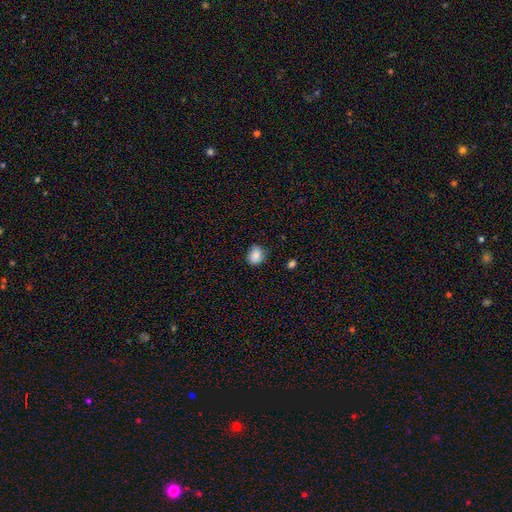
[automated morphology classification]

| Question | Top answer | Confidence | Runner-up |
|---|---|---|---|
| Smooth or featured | smooth | 86% | star or artifact (9%) |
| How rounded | round | 63% | in between (36%) |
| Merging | none | 65% | minor disturbance (28%) |